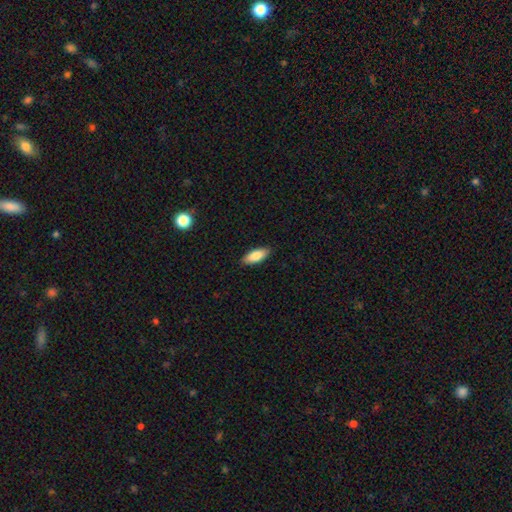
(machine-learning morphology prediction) smooth 83%, featured or disk 11%, star or artifact 6%. Down the decision tree: how rounded — in between (76%); merging — none (89%).